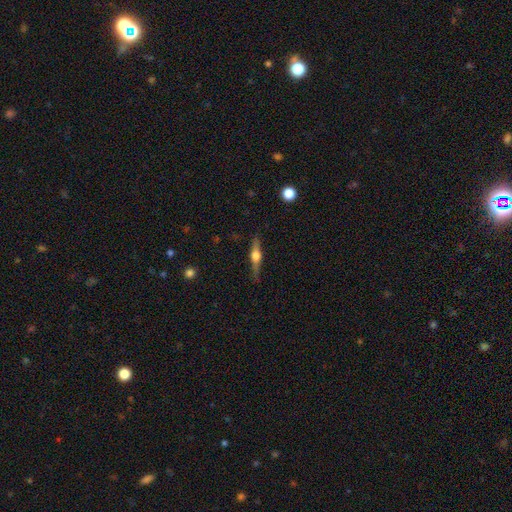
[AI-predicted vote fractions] Smooth or featured? Predicted: featured or disk (p=0.71). Edge-on disk? Predicted: yes (p=0.97). Edge-on bulge? Predicted: rounded (p=0.94). Merging? Predicted: none (p=0.86).